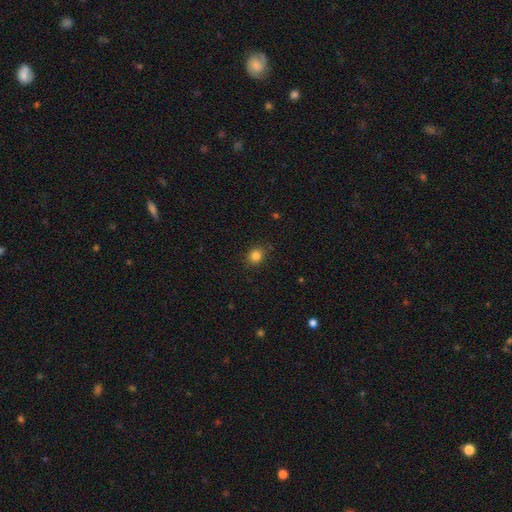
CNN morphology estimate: Overall: smooth (84%). How rounded: round (71%). Merging: none (85%).